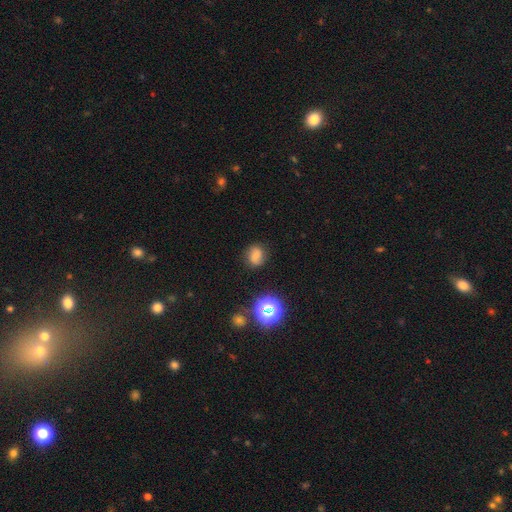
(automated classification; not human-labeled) smooth_or_featured: smooth (p=0.72) [alt: star or artifact p=0.17]
how_rounded: round (p=0.59) [alt: in between p=0.40]
merging: none (p=0.80) [alt: minor disturbance p=0.14]